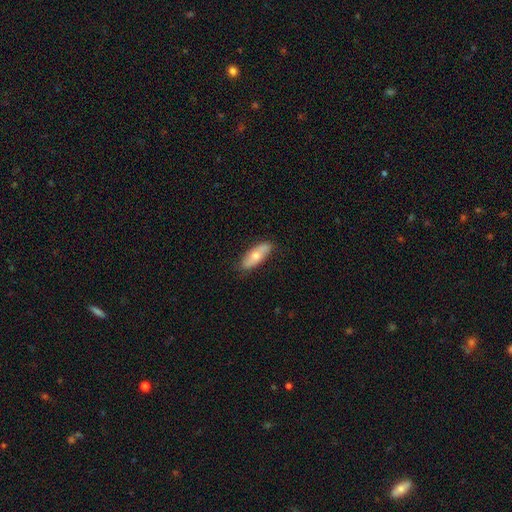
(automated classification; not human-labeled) Smooth or featured? smooth (62%)
How rounded? in between (71%)
Merging? none (83%)